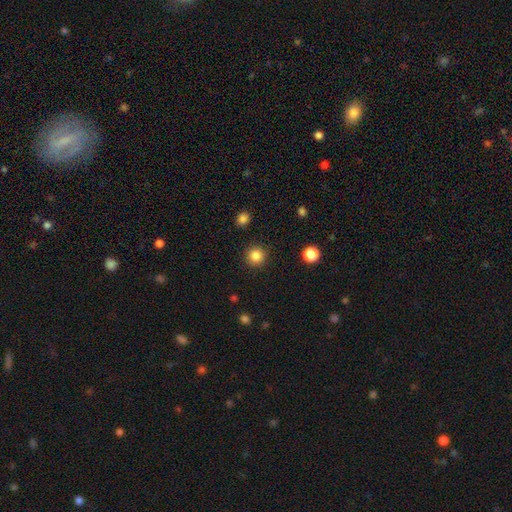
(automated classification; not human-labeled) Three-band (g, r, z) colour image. It shows a smooth galaxy with no disk features (85%) that is round (95%). Merging: none (91%).